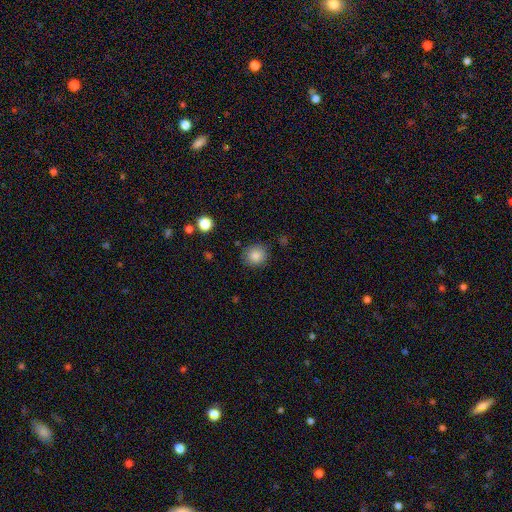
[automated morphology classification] smooth-or-featured: smooth: 85% | star or artifact: 9% | featured or disk: 6%
  how-rounded: round: 88% | in between: 11% | cigar-shaped: 1%
  merging: none: 85% | minor disturbance: 10% | major disturbance: 3% | merger: 2%